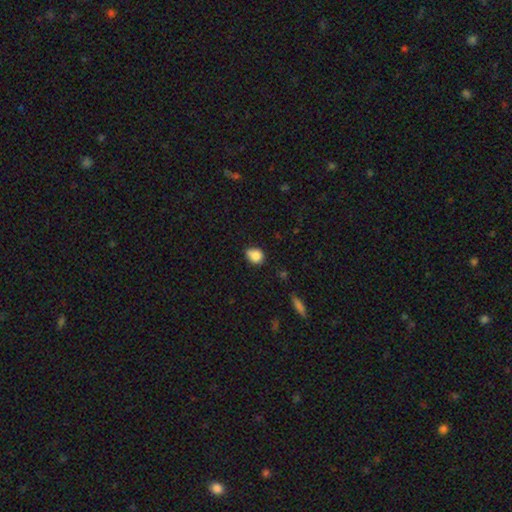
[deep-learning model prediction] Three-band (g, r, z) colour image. It shows a smooth galaxy with no disk features (84%) that is round (59%). Merging: none (56%).